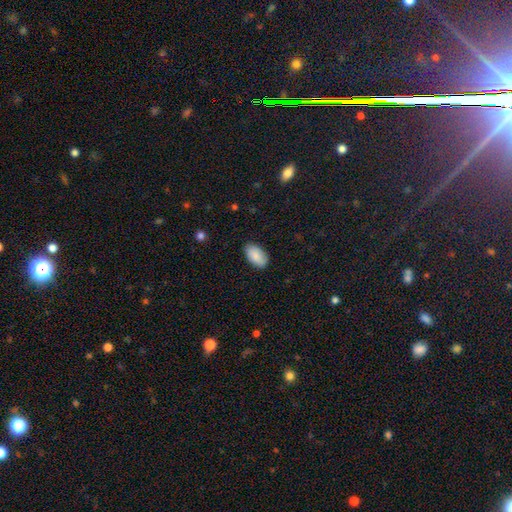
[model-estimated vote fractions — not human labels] Morphology: type=smooth (89%); roundness=in between (95%); merging=none (86%).